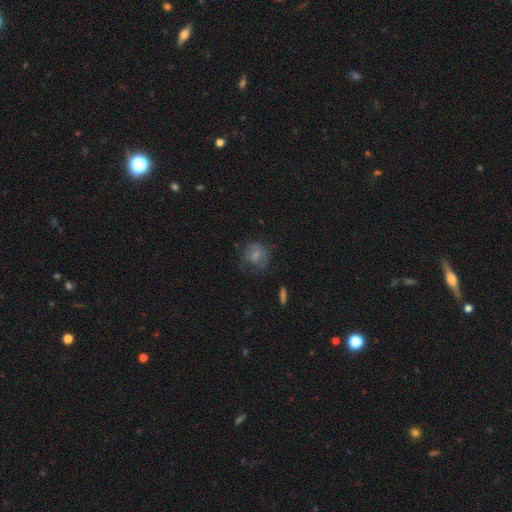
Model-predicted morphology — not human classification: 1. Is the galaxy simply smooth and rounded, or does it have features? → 60% smooth, 29% featured or disk, 11% star or artifact.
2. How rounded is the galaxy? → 68% round, 30% in between, 2% cigar-shaped.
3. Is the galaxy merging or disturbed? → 55% none, 24% minor disturbance, 19% major disturbance, 2% merger.